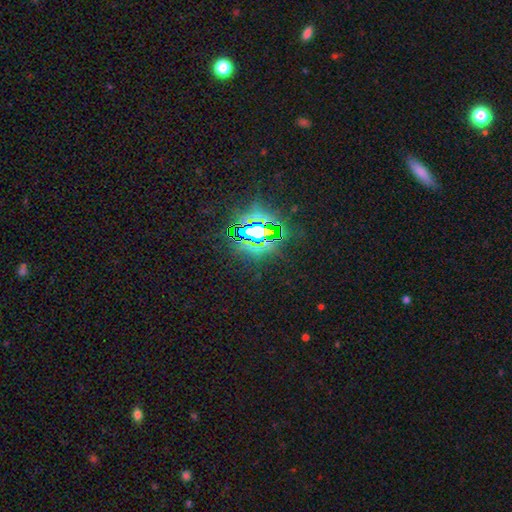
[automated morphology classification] Overall: star or artifact (79%).